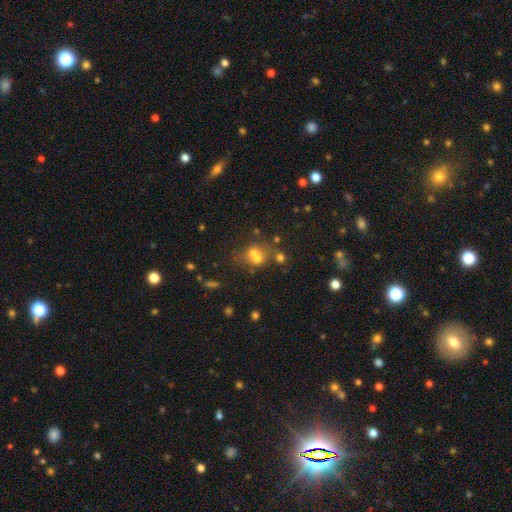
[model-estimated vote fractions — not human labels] smooth 56%, star or artifact 22%, featured or disk 21%. Down the decision tree: how rounded — round (69%); merging — merger (53%).